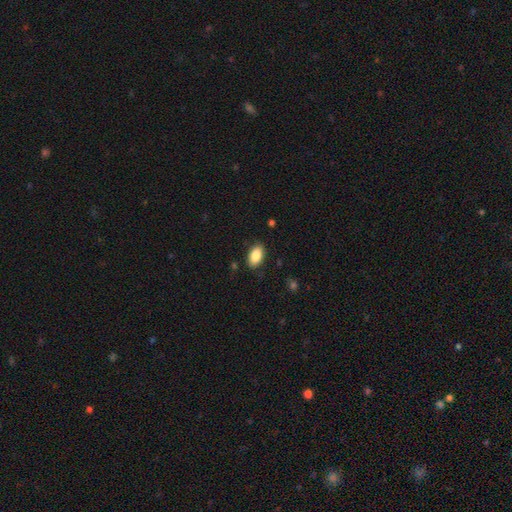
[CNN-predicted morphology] A smooth galaxy with no disk features (86%) that is in between round and cigar-shaped (93%). Merging: none (86%).